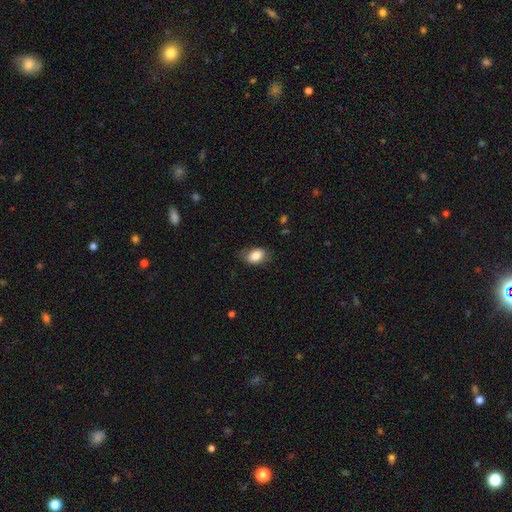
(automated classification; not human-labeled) A smooth galaxy with no disk features (83%) that is in between round and cigar-shaped (82%).

Vote fractions:
- Smooth or featured? smooth: 83% / featured or disk: 9% / star or artifact: 8%
- How rounded? in between: 82% / round: 17% / cigar-shaped: 1%
- Merging? none: 69% / minor disturbance: 23% / major disturbance: 7% / merger: 1%